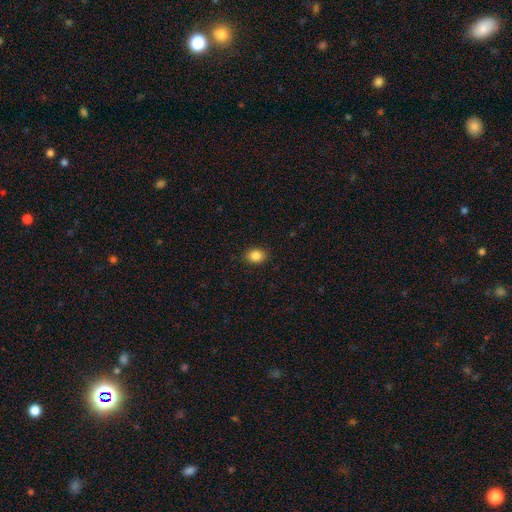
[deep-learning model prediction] Smooth or featured? smooth (86%)
How rounded? in between (62%)
Merging? none (89%)